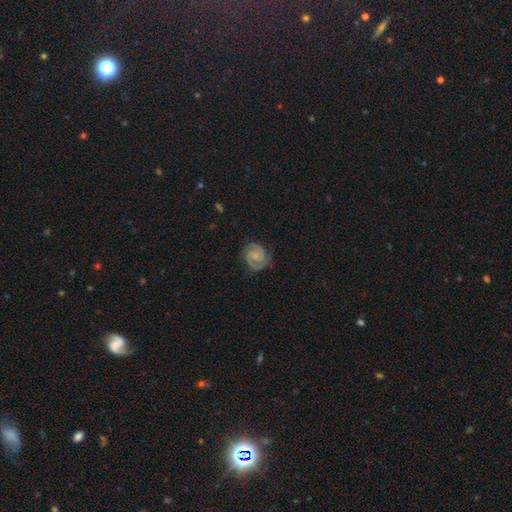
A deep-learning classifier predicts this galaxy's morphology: smooth_or_featured: featured or disk (p=0.82) [alt: smooth p=0.12]
disk_edge_on: no (p=0.98) [alt: yes p=0.02]
bar: no (p=0.57) [alt: weak p=0.36]
has_spiral_arms: yes (p=0.97) [alt: no p=0.03]
spiral_winding: tight (p=0.52) [alt: medium p=0.40]
spiral_arm_count: 2 (p=0.82) [alt: 3 p=0.07]
bulge_size: small (p=0.59) [alt: moderate p=0.23]
merging: none (p=0.75) [alt: minor disturbance p=0.18]